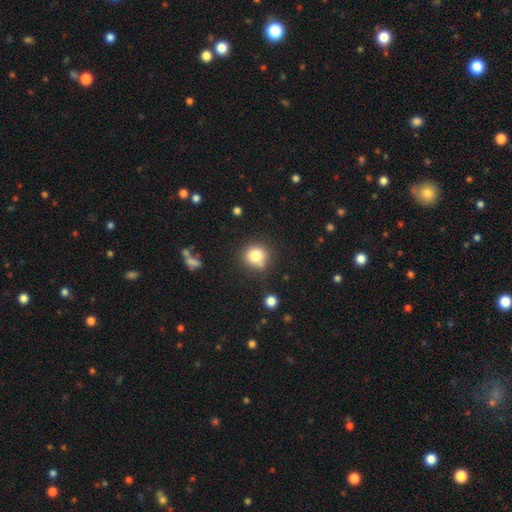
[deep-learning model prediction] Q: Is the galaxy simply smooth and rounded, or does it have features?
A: smooth — 80%.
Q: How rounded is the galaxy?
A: round — 89%.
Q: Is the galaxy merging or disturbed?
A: none — 74%.